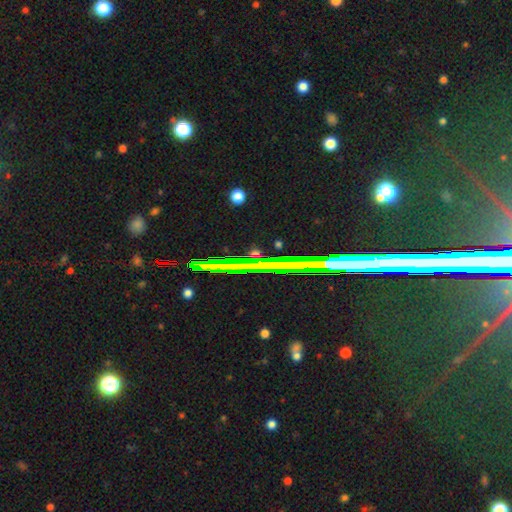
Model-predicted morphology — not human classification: Smooth or featured? star or artifact (66%)